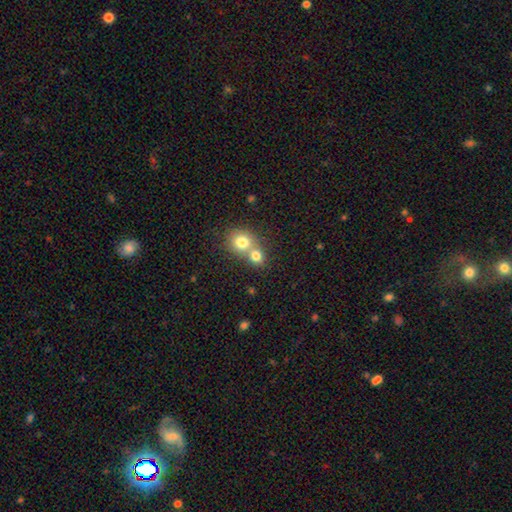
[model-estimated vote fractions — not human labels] smooth 78%, featured or disk 11%, star or artifact 11%. Down the decision tree: how rounded — round (76%); merging — merger (58%).